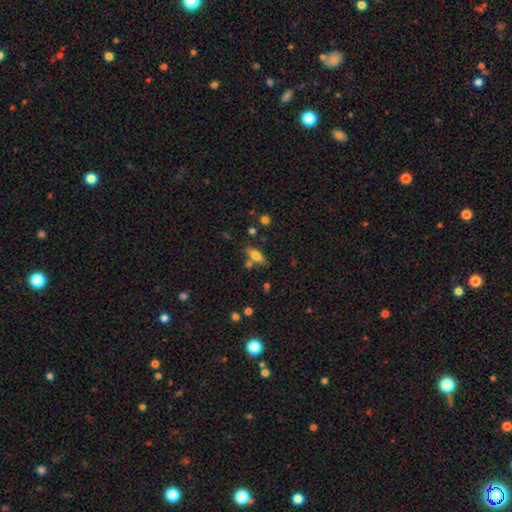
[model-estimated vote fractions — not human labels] Overall: smooth (72%). How rounded: in between (68%; cigar-shaped 29%). Merging: none (66%).